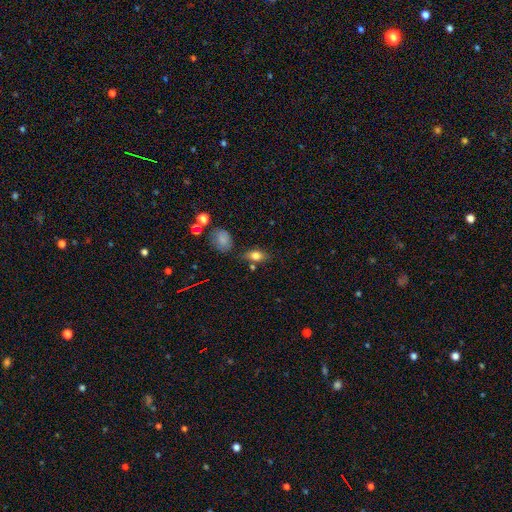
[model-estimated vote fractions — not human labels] A smooth galaxy with no disk features (80%) that is in between round and cigar-shaped (83%). Merging: none (69%).